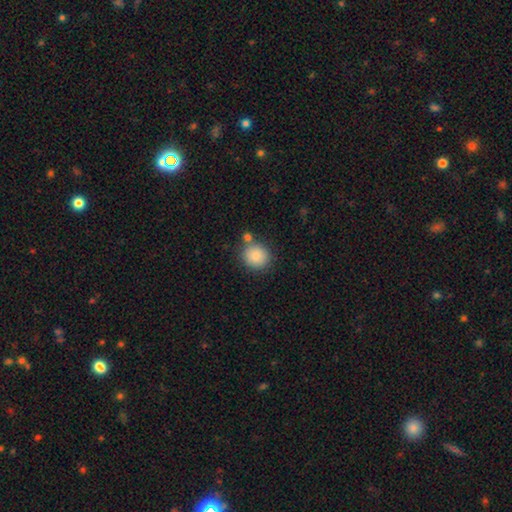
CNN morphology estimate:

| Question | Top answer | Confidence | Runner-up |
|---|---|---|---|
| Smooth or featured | smooth | 86% | star or artifact (8%) |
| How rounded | round | 86% | in between (13%) |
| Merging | none | 73% | merger (13%) |